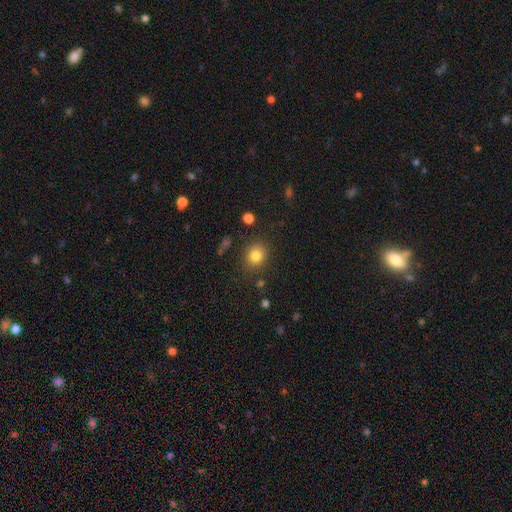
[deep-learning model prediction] Morphology: type=smooth (82%); roundness=round (78%); merging=none (84%).